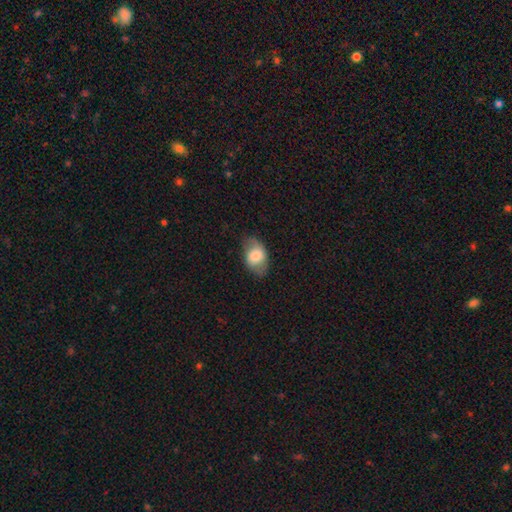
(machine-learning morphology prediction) This appears to be a smooth galaxy with no disk features (71%) that is in between round and cigar-shaped (82%). Merging: none (70%).